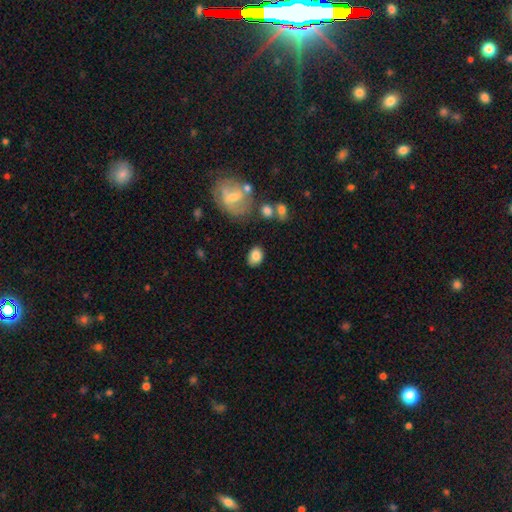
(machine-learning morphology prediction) Q: Smooth or featured?
A: smooth (83%); runner-up: featured or disk (9%)
Q: How rounded?
A: in between (71%); runner-up: round (28%)
Q: Merging?
A: none (79%); runner-up: minor disturbance (14%)